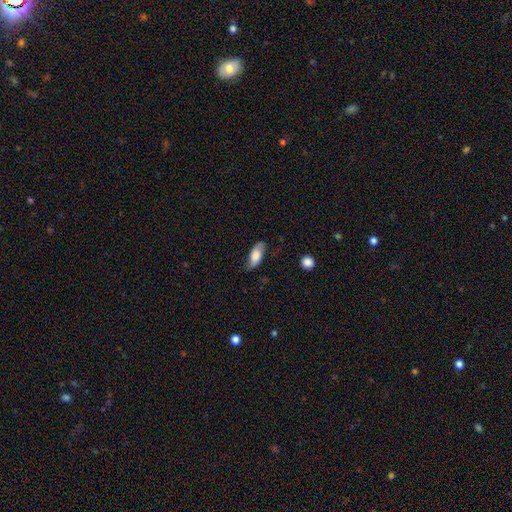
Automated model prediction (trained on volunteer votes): smooth-or-featured: smooth: 67% | featured or disk: 26% | star or artifact: 7%
  how-rounded: in between: 84% | cigar-shaped: 13% | round: 3%
  merging: none: 70% | minor disturbance: 22% | major disturbance: 6% | merger: 2%